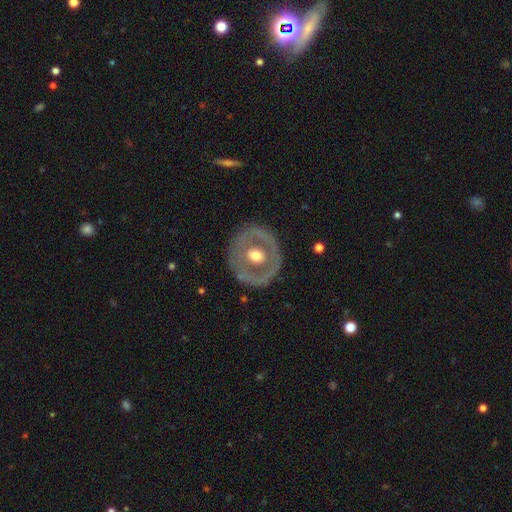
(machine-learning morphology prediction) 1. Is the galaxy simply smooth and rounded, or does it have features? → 59% featured or disk, 36% smooth, 5% star or artifact.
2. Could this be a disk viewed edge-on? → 95% no, 5% yes.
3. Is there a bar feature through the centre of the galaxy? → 82% no, 13% weak, 5% strong.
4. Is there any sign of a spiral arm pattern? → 89% no, 11% yes.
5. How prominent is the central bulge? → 75% moderate, 15% large, 7% small, 1% dominant, 1% none.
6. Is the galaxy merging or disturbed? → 81% none, 12% minor disturbance, 5% major disturbance, 2% merger.